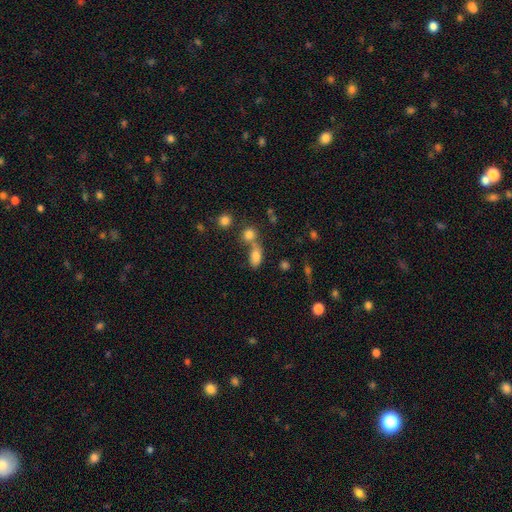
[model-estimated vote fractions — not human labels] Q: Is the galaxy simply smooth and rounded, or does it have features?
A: smooth — 80%.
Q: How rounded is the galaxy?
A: in between — 84%.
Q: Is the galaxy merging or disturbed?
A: none — 45%.